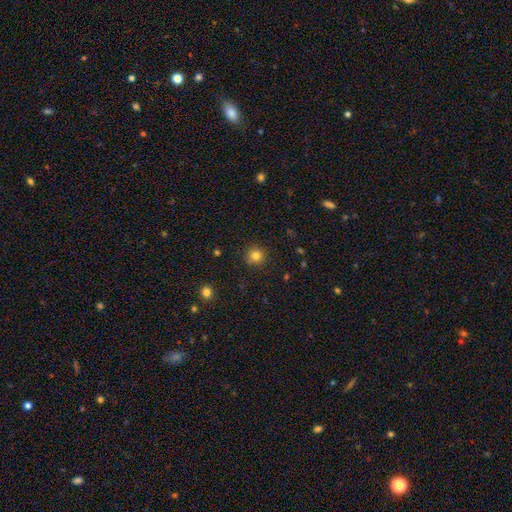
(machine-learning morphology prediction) Q: Smooth or featured?
A: smooth (82%); runner-up: star or artifact (13%)
Q: How rounded?
A: round (94%); runner-up: in between (5%)
Q: Merging?
A: none (91%); runner-up: minor disturbance (6%)